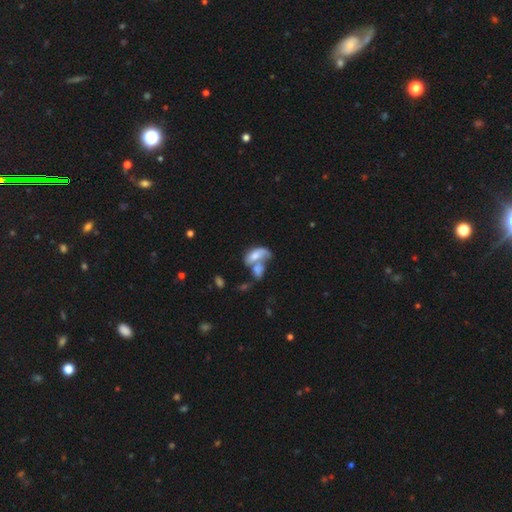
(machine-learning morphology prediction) This appears to be a smooth galaxy with no disk features (56%) that is in between round and cigar-shaped (89%). Merging: merger (62%).